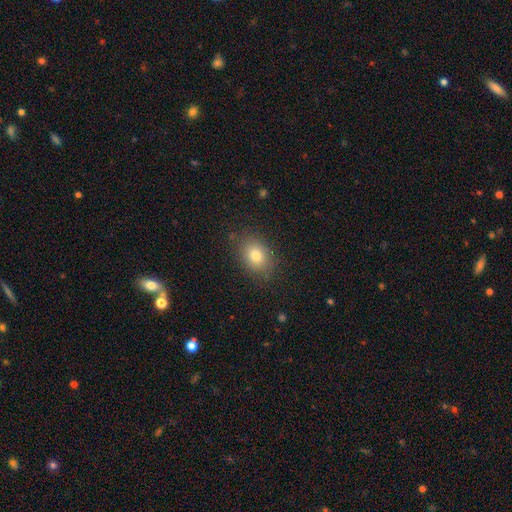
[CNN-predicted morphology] This appears to be a smooth galaxy with no disk features (78%) that is in between round and cigar-shaped (61%). Merging: none (83%).